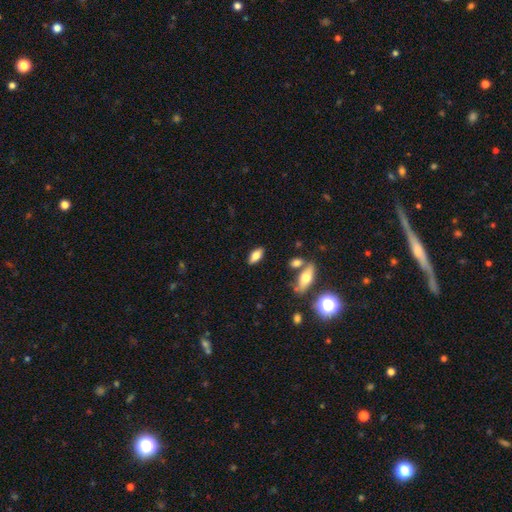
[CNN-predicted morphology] A smooth galaxy with no disk features (77%) that is in between round and cigar-shaped (85%). Merging: none (83%).